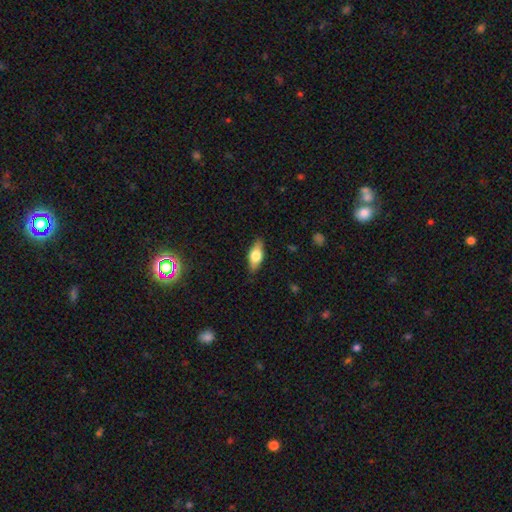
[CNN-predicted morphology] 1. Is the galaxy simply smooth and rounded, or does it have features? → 63% smooth, 31% featured or disk, 7% star or artifact.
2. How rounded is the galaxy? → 76% in between, 20% cigar-shaped, 4% round.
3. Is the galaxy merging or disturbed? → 86% none, 11% minor disturbance, 2% major disturbance, 1% merger.